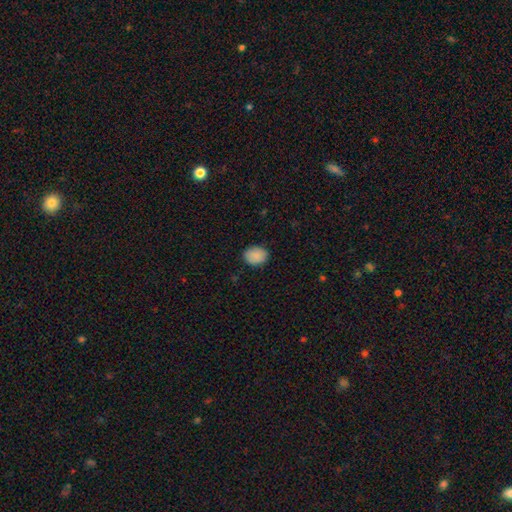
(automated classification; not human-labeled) smooth 89%, star or artifact 8%, featured or disk 3%. Down the decision tree: how rounded — in between (54%); merging — none (86%).